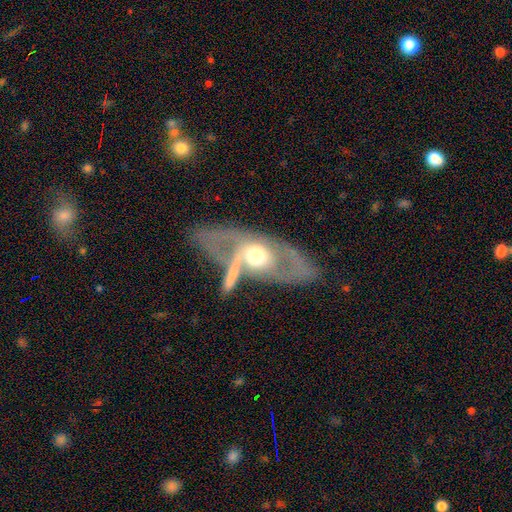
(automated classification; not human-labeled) Smooth or featured: featured or disk — 72% (smooth — 21%)
Edge-on disk: no — 86% (yes — 14%)
Bar: no — 75% (weak — 18%)
Spiral arms: yes — 61% (no — 39%)
Bulge size: moderate — 62% (large — 26%)
Merging: major disturbance — 30% (none — 28%)